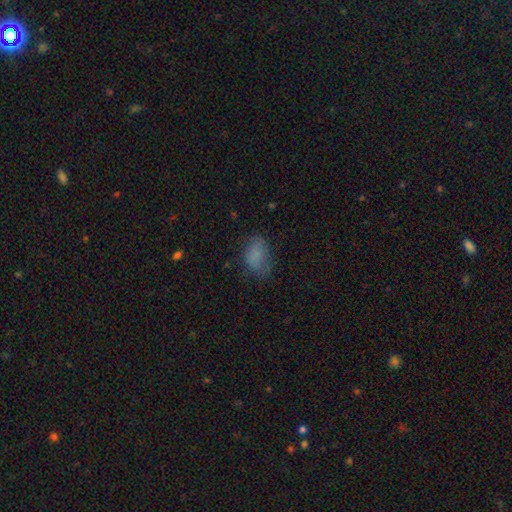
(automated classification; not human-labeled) Smooth or featured?
  - smooth: 78% *
  - star or artifact: 12%
  - featured or disk: 11%
How rounded?
  - in between: 85% *
  - round: 13%
  - cigar-shaped: 2%
Merging?
  - none: 58% *
  - minor disturbance: 27%
  - major disturbance: 14%
  - merger: 2%